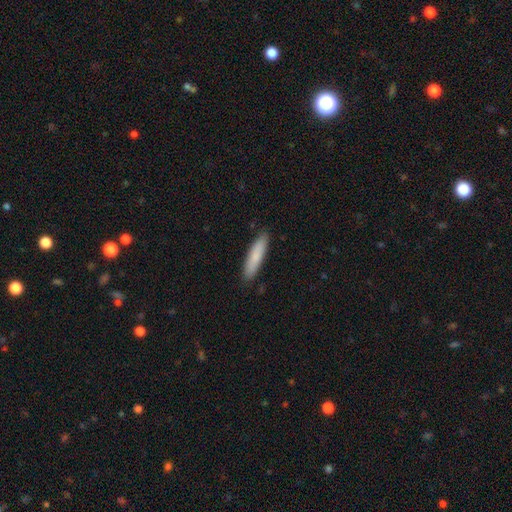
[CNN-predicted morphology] smooth_or_featured: smooth (p=0.80) [alt: featured or disk p=0.15]
how_rounded: cigar-shaped (p=0.81) [alt: in between p=0.18]
merging: none (p=0.88) [alt: minor disturbance p=0.09]